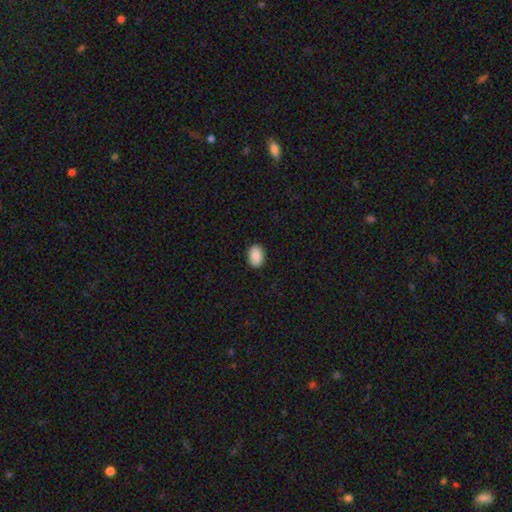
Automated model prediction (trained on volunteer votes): This appears to be a smooth galaxy with no disk features (91%) that is in between round and cigar-shaped (87%). Merging: none (90%).